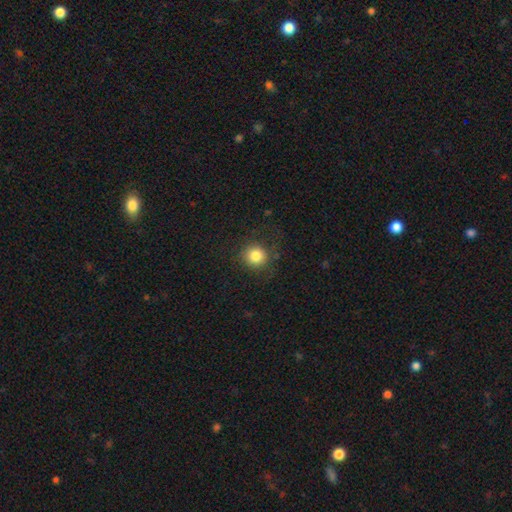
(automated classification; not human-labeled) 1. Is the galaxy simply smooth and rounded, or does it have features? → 83% smooth, 11% star or artifact, 6% featured or disk.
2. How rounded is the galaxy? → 92% round, 7% in between, 1% cigar-shaped.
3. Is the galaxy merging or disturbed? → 84% none, 10% minor disturbance, 5% major disturbance, 1% merger.